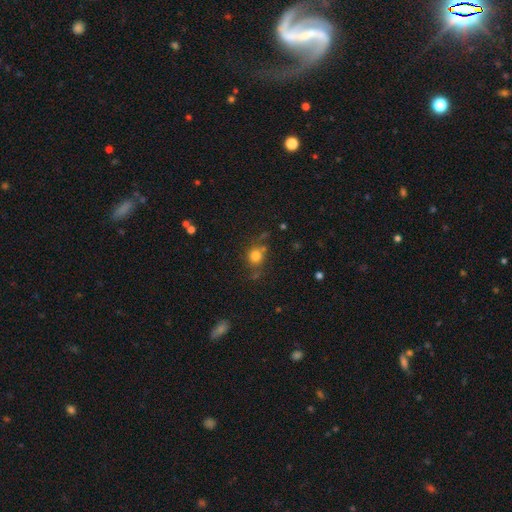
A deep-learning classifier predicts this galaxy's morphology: Smooth or featured?
  - smooth: 78% *
  - star or artifact: 14%
  - featured or disk: 8%
How rounded?
  - round: 83% *
  - in between: 16%
  - cigar-shaped: 1%
Merging?
  - none: 69% *
  - minor disturbance: 15%
  - merger: 10%
  - major disturbance: 6%